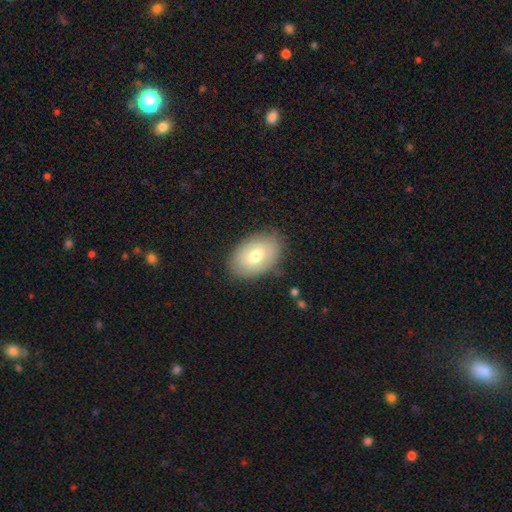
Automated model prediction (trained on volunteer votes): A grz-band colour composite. It shows a smooth galaxy with no disk features (65%) that is in between round and cigar-shaped (87%). Merging: none (83%).